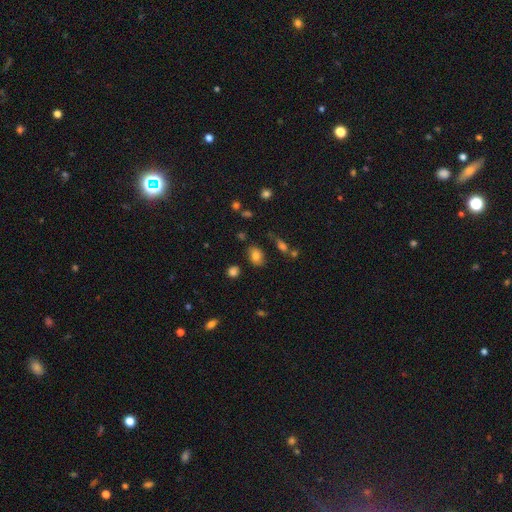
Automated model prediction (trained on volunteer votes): Smooth or featured? Predicted: smooth (p=0.80). How rounded? Predicted: in between (p=0.72). Merging? Predicted: none (p=0.73).